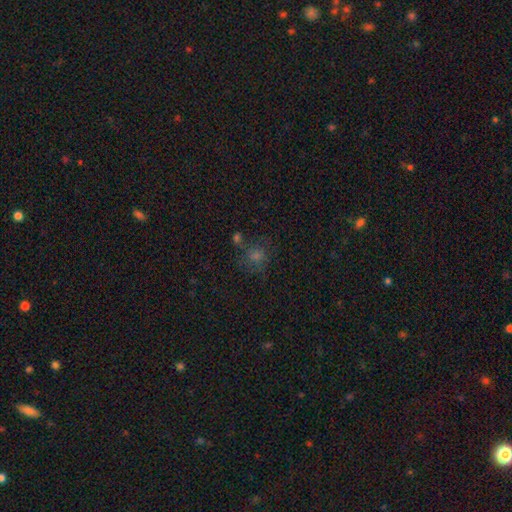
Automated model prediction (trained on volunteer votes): The model was most divided on "smooth or featured": smooth: 50%, star or artifact: 35%, featured or disk: 15%. More confident: merging — none (67%).